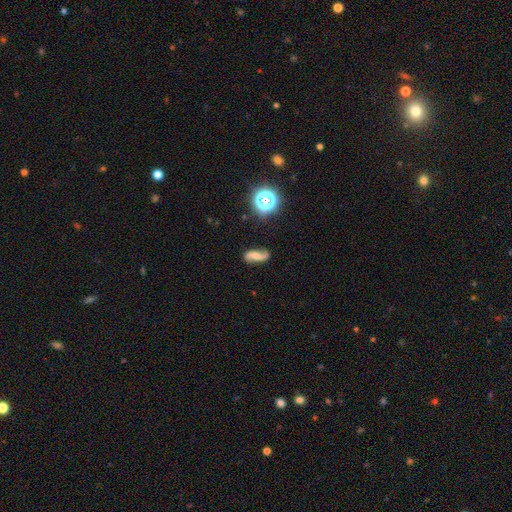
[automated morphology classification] Smooth or featured? featured or disk (68%)
Edge-on disk? no (95%)
Bar? no (48%)
Spiral arms? yes (95%)
Spiral winding? loose (72%)
Spiral arm count? 2 (92%)
Bulge size? none (34%)
Merging? none (77%)